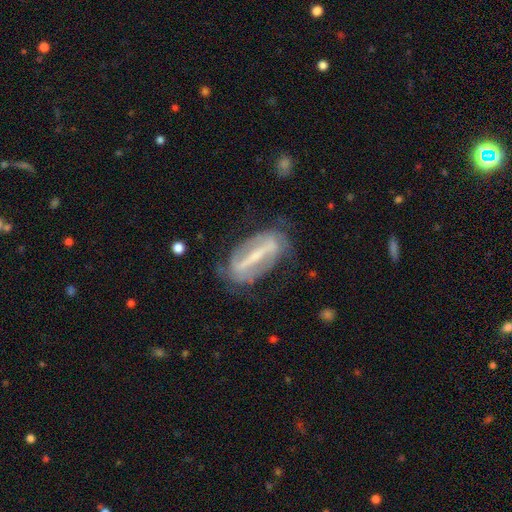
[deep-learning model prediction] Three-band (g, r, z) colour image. It shows a featured or disk galaxy (78%) with a strong bar (82%), spiral arms (68%) and a small central bulge (50%). Merging: none (72%).